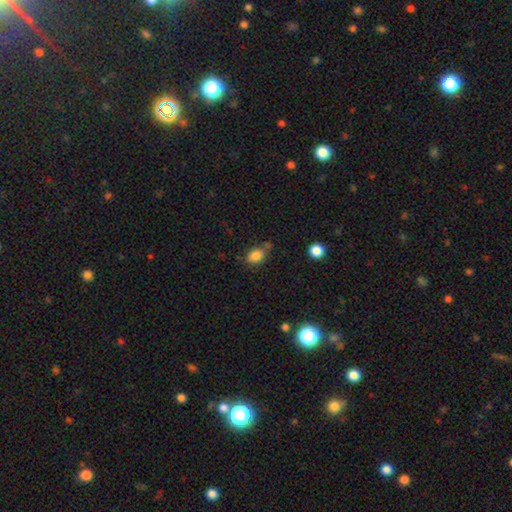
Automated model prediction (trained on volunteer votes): Smooth or featured: smooth — 84% (star or artifact — 10%)
How rounded: in between — 69% (round — 30%)
Merging: none — 58% (minor disturbance — 22%)